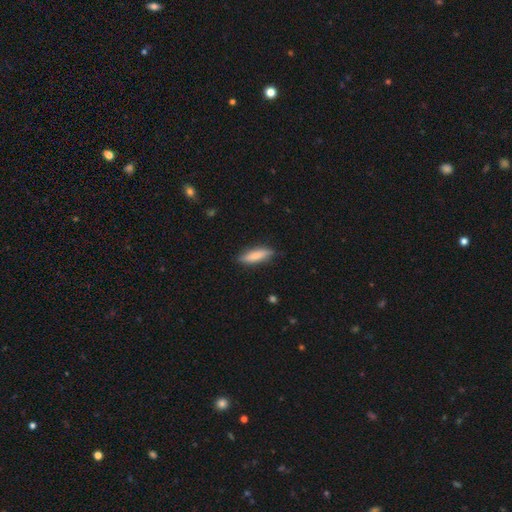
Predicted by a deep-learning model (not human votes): Q: Smooth or featured?
A: smooth (82%); runner-up: featured or disk (13%)
Q: How rounded?
A: cigar-shaped (64%); runner-up: in between (34%)
Q: Merging?
A: none (83%); runner-up: minor disturbance (13%)